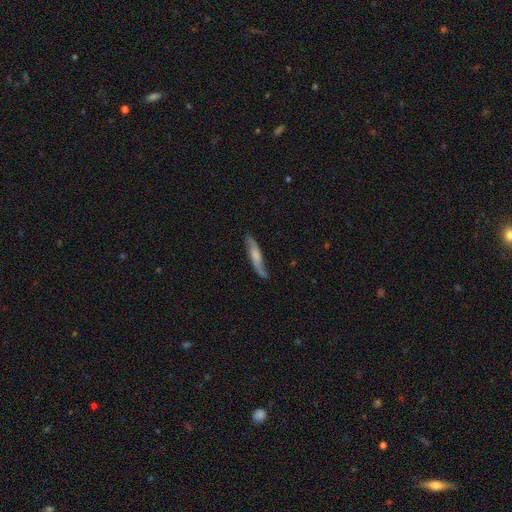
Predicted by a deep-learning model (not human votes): smooth-or-featured: smooth: 48% | featured or disk: 46% | star or artifact: 6%
  merging: none: 69% | minor disturbance: 22% | major disturbance: 6% | merger: 3%